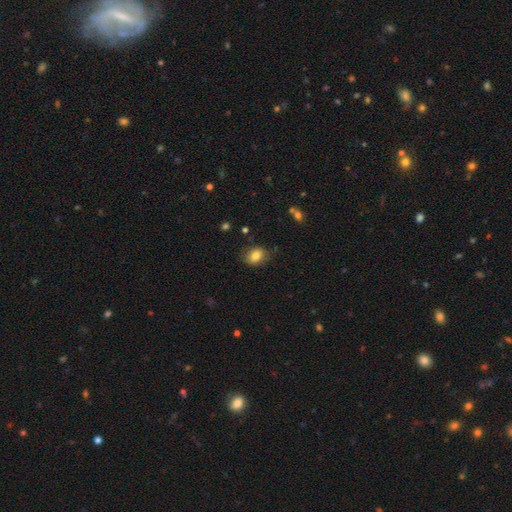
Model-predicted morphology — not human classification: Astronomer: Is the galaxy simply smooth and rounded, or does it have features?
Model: smooth — 79%.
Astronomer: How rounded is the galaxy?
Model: in between — 65%.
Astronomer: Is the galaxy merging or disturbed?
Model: none — 72%.